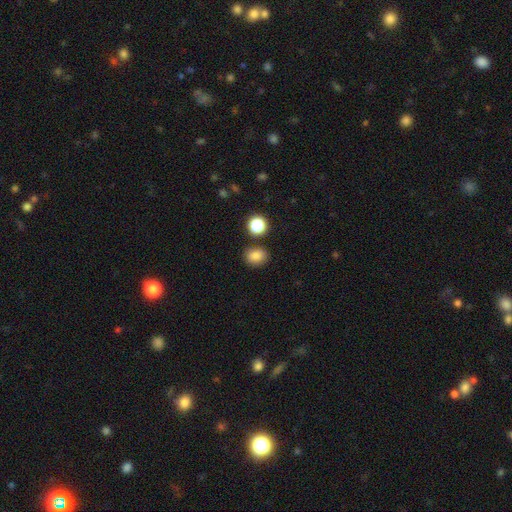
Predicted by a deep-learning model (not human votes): A smooth galaxy with no disk features (82%) that is round (55%).

Vote fractions:
- Smooth or featured? smooth: 82% / star or artifact: 13% / featured or disk: 5%
- How rounded? round: 55% / in between: 44% / cigar-shaped: 1%
- Merging? none: 81% / minor disturbance: 10% / merger: 6% / major disturbance: 3%